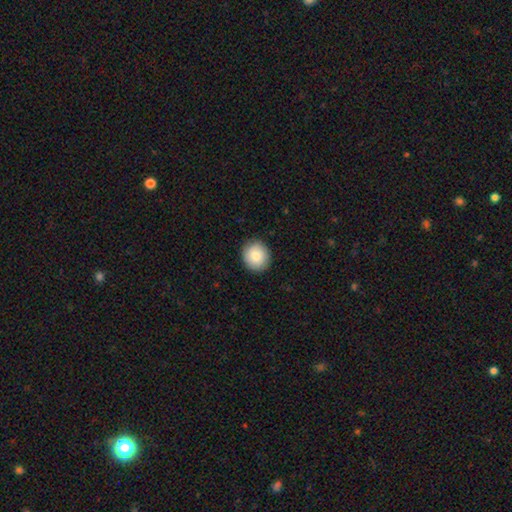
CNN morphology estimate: smooth-or-featured: smooth: 84% | featured or disk: 9% | star or artifact: 7%
  how-rounded: round: 82% | in between: 17% | cigar-shaped: 1%
  merging: none: 90% | minor disturbance: 7% | major disturbance: 2% | merger: 1%